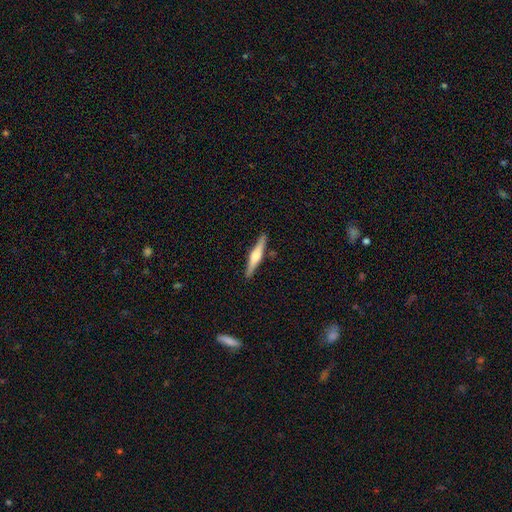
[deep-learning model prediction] Morphology: type=featured or disk (58%); edge-on=yes (97%); edge-on bulge=rounded (76%); merging=none (90%).